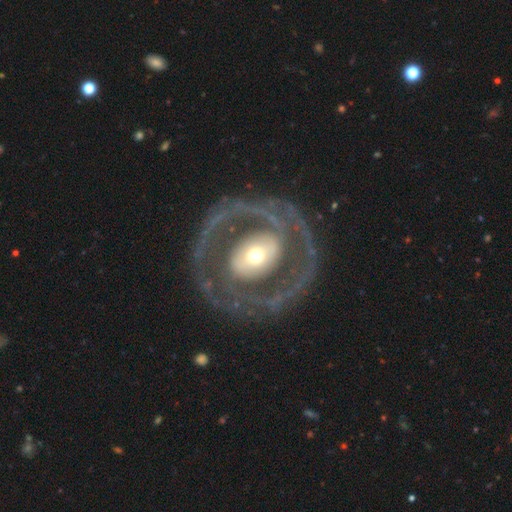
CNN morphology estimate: smooth_or_featured: featured or disk (p=0.83) [alt: smooth p=0.11]
disk_edge_on: no (p=0.96) [alt: yes p=0.04]
bar: no (p=0.54) [alt: weak p=0.25]
has_spiral_arms: yes (p=0.80) [alt: no p=0.20]
spiral_winding: medium (p=0.42) [alt: tight p=0.38]
spiral_arm_count: 2 (p=0.67) [alt: can't tell p=0.13]
bulge_size: moderate (p=0.56) [alt: small p=0.23]
merging: none (p=0.71) [alt: major disturbance p=0.15]